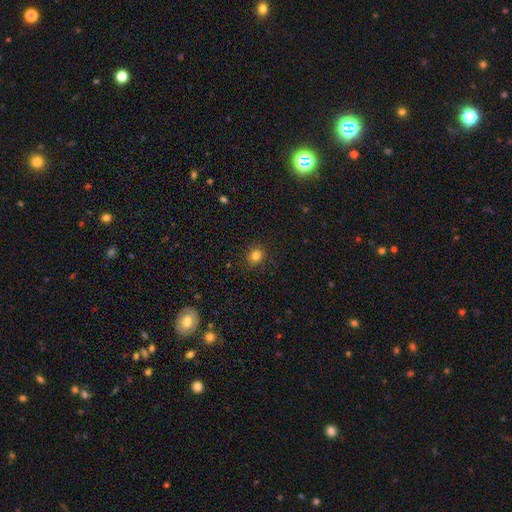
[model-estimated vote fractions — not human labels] A smooth galaxy with no disk features (82%) that is round (71%).

Vote fractions:
- Smooth or featured? smooth: 82% / star or artifact: 13% / featured or disk: 5%
- How rounded? round: 71% / in between: 28% / cigar-shaped: 1%
- Merging? none: 87% / minor disturbance: 9% / major disturbance: 3% / merger: 1%